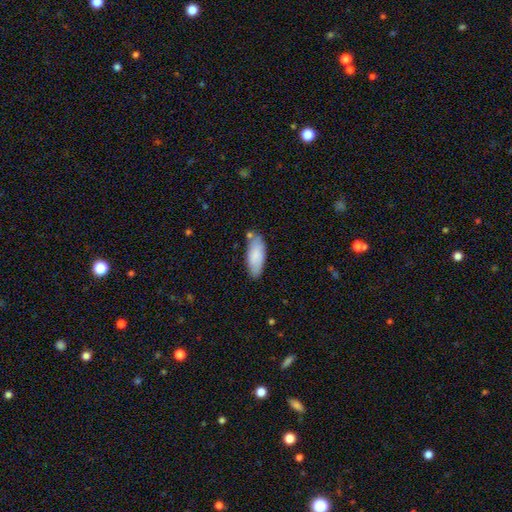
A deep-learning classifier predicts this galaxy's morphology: A smooth galaxy with no disk features (83%) that is in between round and cigar-shaped (80%).

Vote fractions:
- Smooth or featured? smooth: 83% / featured or disk: 11% / star or artifact: 6%
- How rounded? in between: 80% / cigar-shaped: 19% / round: 2%
- Merging? none: 73% / minor disturbance: 18% / merger: 6% / major disturbance: 4%